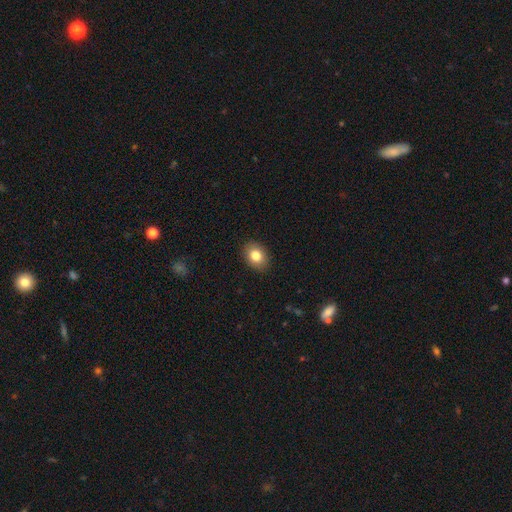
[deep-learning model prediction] Smooth or featured? Predicted: smooth (p=0.82). How rounded? Predicted: in between (p=0.67). Merging? Predicted: none (p=0.89).